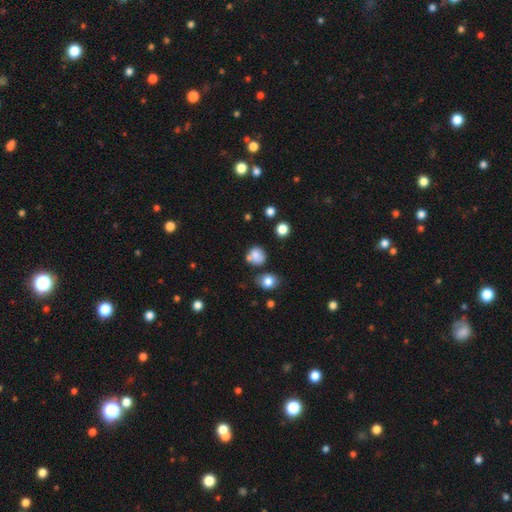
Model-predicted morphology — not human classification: type=smooth (78%); roundness=round (79%); merging=none (60%).